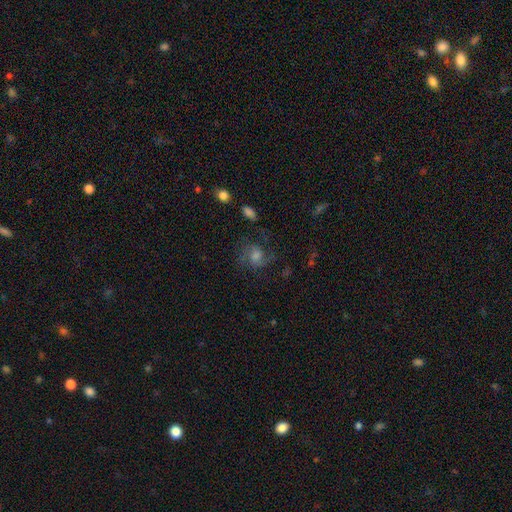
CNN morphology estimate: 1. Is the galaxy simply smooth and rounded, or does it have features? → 66% featured or disk, 20% smooth, 15% star or artifact.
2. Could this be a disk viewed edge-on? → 97% no, 3% yes.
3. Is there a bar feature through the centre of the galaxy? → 60% no, 34% weak, 6% strong.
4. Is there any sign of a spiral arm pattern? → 92% yes, 8% no.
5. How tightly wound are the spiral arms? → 54% medium, 24% tight, 23% loose.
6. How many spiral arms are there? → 64% 2, 15% can't tell, 10% 3, 5% 1, 3% 4, 3% more than 4.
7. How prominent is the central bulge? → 44% moderate, 22% large, 21% small, 10% none, 3% dominant.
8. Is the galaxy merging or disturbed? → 66% none, 17% minor disturbance, 15% major disturbance, 2% merger.